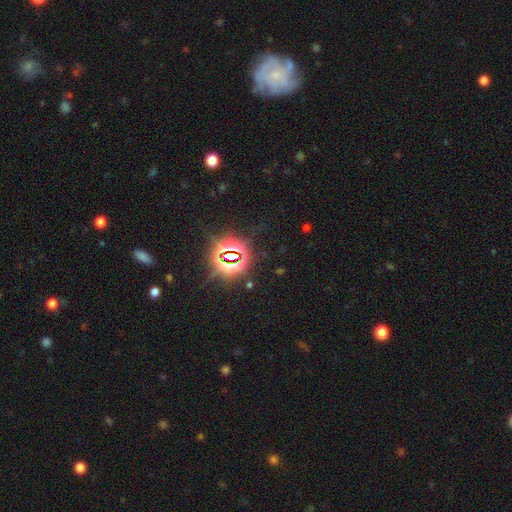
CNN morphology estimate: Smooth or featured? star or artifact (78%)